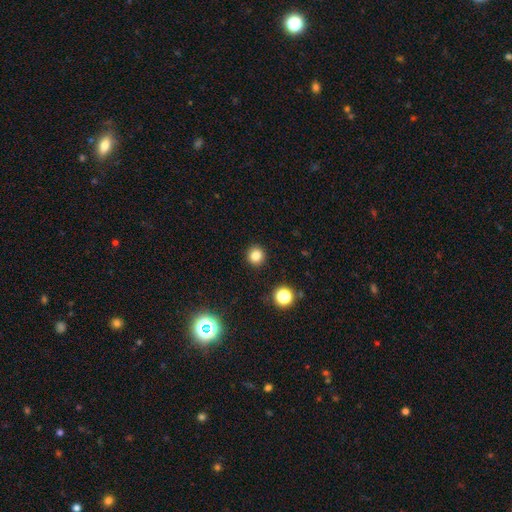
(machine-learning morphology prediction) The model was most divided on "smooth or featured": smooth: 81%, star or artifact: 13%, featured or disk: 5%. More confident: merging — none (92%); how rounded — round (90%).